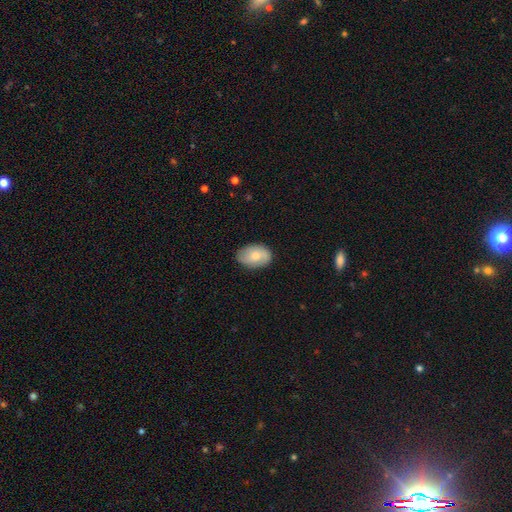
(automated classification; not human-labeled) smooth_or_featured: smooth (p=0.67) [alt: featured or disk p=0.27]
how_rounded: in between (p=0.83) [alt: round p=0.16]
merging: none (p=0.81) [alt: minor disturbance p=0.15]